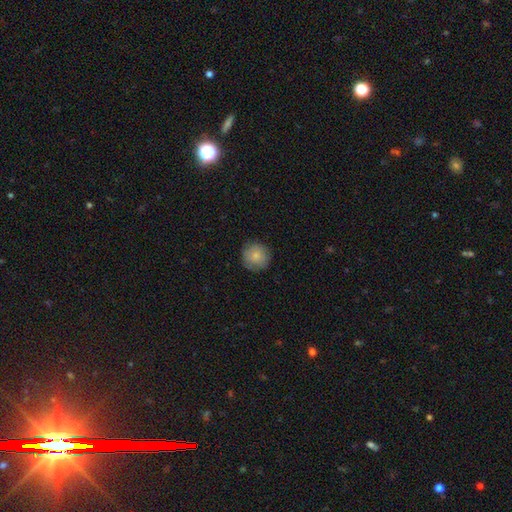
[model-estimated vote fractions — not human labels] This appears to be a smooth galaxy with no disk features (83%) that is round (93%). Merging: none (86%).